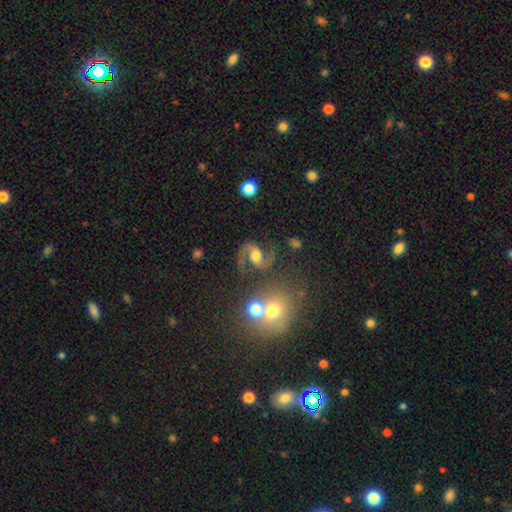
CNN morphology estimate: Q: Smooth or featured?
A: featured or disk (85%); runner-up: smooth (8%)
Q: Edge-on disk?
A: no (98%); runner-up: yes (2%)
Q: Bar?
A: no (45%); runner-up: weak (41%)
Q: Spiral arms?
A: yes (97%); runner-up: no (3%)
Q: Spiral winding?
A: medium (51%); runner-up: loose (41%)
Q: Spiral arm count?
A: 2 (93%); runner-up: 1 (2%)
Q: Bulge size?
A: moderate (60%); runner-up: large (23%)
Q: Merging?
A: none (71%); runner-up: minor disturbance (14%)